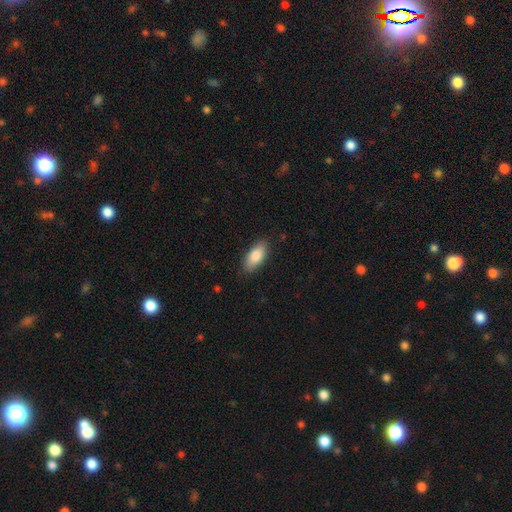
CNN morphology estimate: smooth-or-featured: smooth: 84% | featured or disk: 10% | star or artifact: 6%
  how-rounded: in between: 88% | cigar-shaped: 10% | round: 2%
  merging: none: 86% | minor disturbance: 11% | major disturbance: 2% | merger: 1%